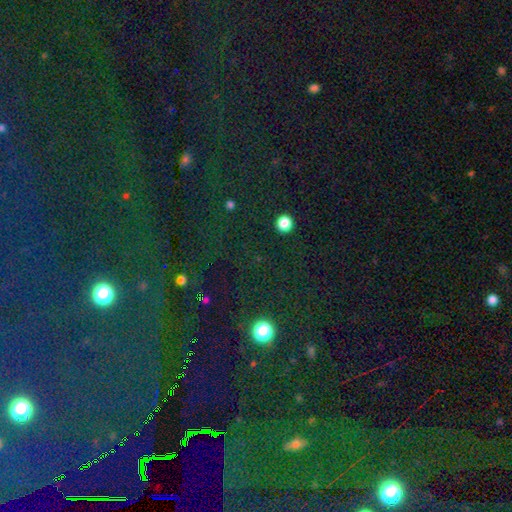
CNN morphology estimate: Smooth or featured: star or artifact — 74% (smooth — 17%)